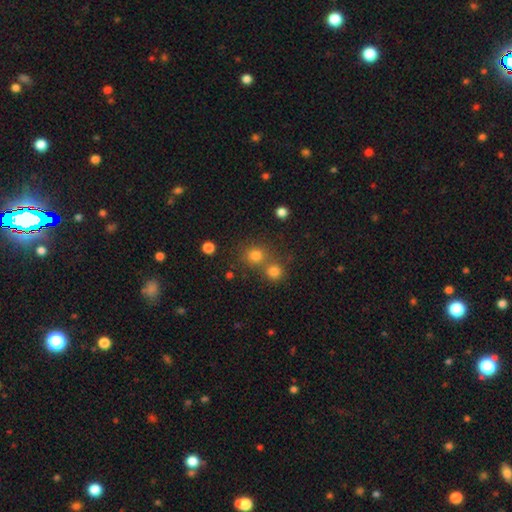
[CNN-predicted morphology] Smooth or featured? Predicted: smooth (p=0.75). How rounded? Predicted: round (p=0.88). Merging? Predicted: none (p=0.60).